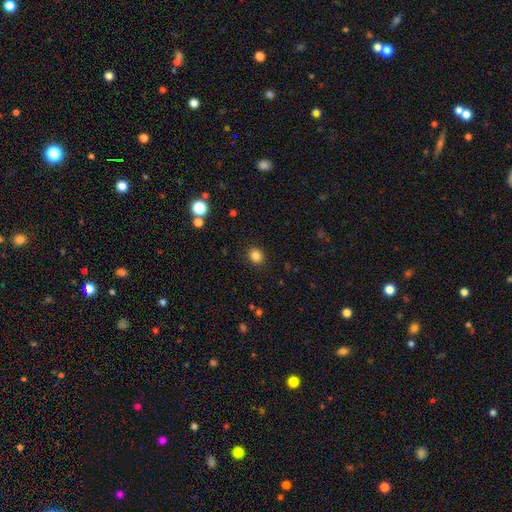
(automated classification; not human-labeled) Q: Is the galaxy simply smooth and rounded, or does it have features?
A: smooth — 84%.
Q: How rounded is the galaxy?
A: round — 73%.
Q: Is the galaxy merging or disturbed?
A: none — 90%.